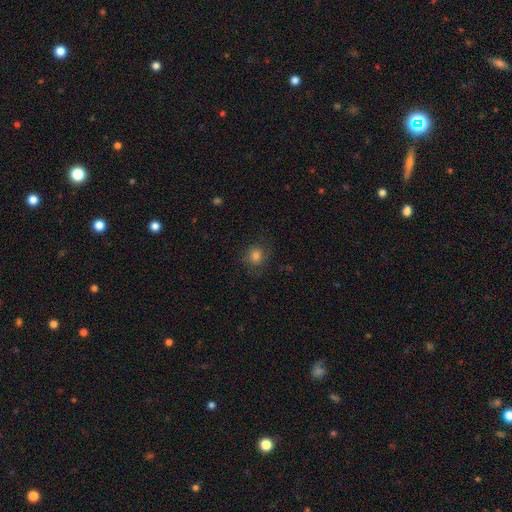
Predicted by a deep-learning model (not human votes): Overall: smooth (77%). How rounded: round (78%). Merging: none (77%).